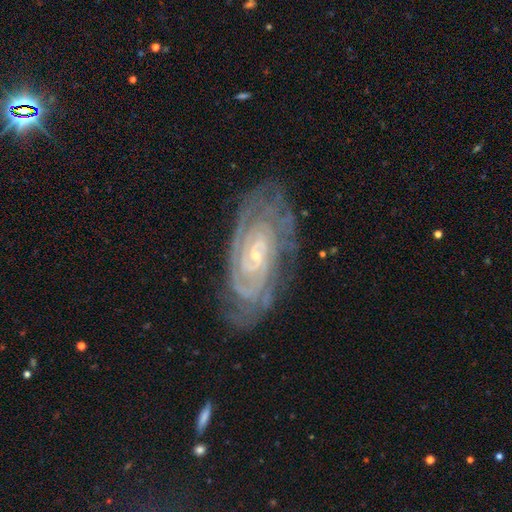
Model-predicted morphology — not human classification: Smooth or featured? featured or disk (89%)
Edge-on disk? no (95%)
Bar? no (58%)
Spiral arms? yes (98%)
Spiral winding? tight (79%)
Spiral arm count? 2 (26%)
Bulge size? small (82%)
Merging? none (75%)